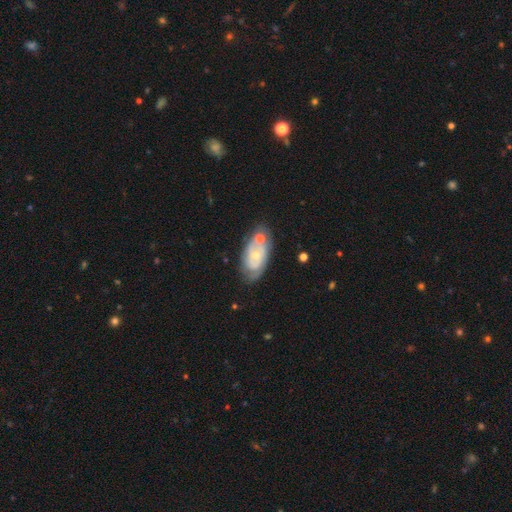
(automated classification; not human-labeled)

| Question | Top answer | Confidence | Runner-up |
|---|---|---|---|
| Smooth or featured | featured or disk | 70% | smooth (24%) |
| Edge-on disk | no | 95% | yes (5%) |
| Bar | no | 76% | weak (20%) |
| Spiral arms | yes | 77% | no (23%) |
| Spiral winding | tight | 60% | medium (30%) |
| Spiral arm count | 2 | 43% | can't tell (38%) |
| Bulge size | small | 67% | moderate (28%) |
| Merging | none | 55% | minor disturbance (21%) |